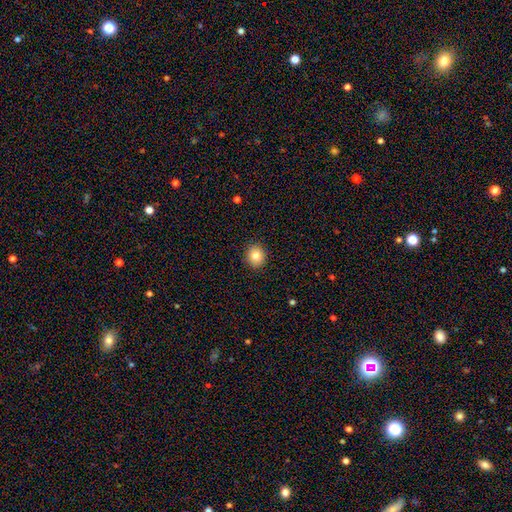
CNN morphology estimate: Smooth or featured?
  - smooth: 83% *
  - star or artifact: 10%
  - featured or disk: 8%
How rounded?
  - round: 81% *
  - in between: 18%
  - cigar-shaped: 1%
Merging?
  - none: 91% *
  - minor disturbance: 6%
  - major disturbance: 2%
  - merger: 1%